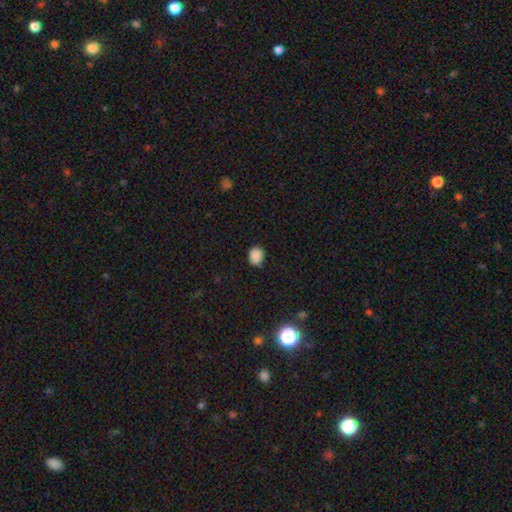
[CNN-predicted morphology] Smooth or featured? smooth (87%)
How rounded? round (53%)
Merging? none (80%)